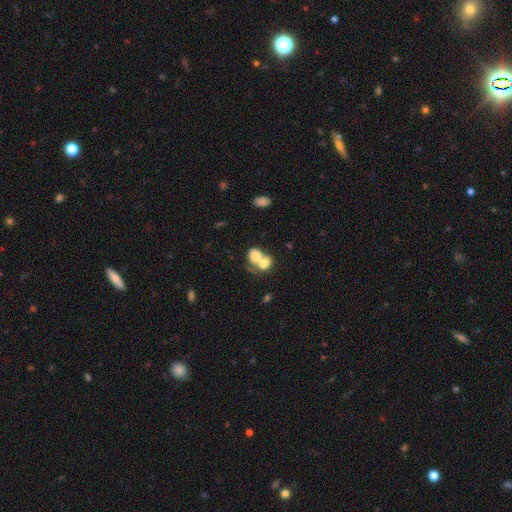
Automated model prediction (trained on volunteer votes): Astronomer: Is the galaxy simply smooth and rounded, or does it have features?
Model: smooth — 70%.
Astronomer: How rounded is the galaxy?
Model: in between — 58% (runner-up: round, 41%).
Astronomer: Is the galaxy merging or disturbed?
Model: merger — 73%.